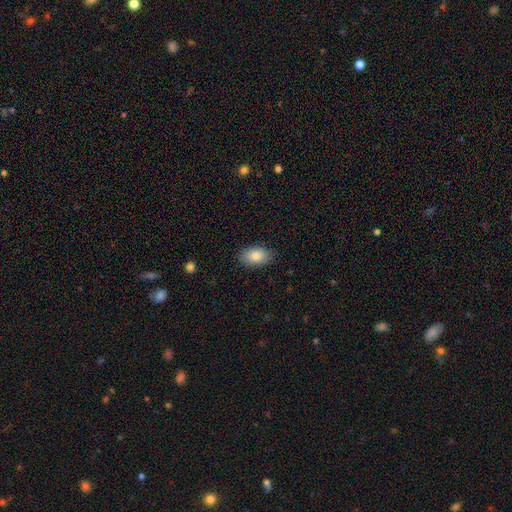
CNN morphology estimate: Smooth or featured? Predicted: smooth (p=0.85). How rounded? Predicted: in between (p=0.91). Merging? Predicted: none (p=0.86).